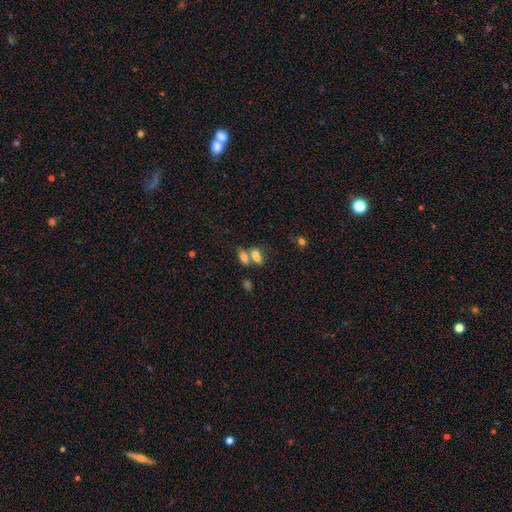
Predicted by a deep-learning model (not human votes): A smooth galaxy with no disk features (72%) that is in between round and cigar-shaped (80%).

Vote fractions:
- Smooth or featured? smooth: 72% / featured or disk: 17% / star or artifact: 11%
- How rounded? in between: 80% / round: 12% / cigar-shaped: 8%
- Merging? merger: 55% / none: 31% / minor disturbance: 9% / major disturbance: 5%